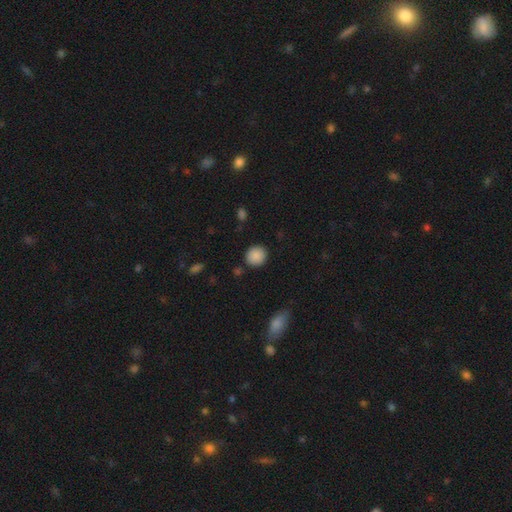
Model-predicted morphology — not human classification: smooth 88%, star or artifact 8%, featured or disk 4%. Down the decision tree: how rounded — round (87%); merging — none (87%).